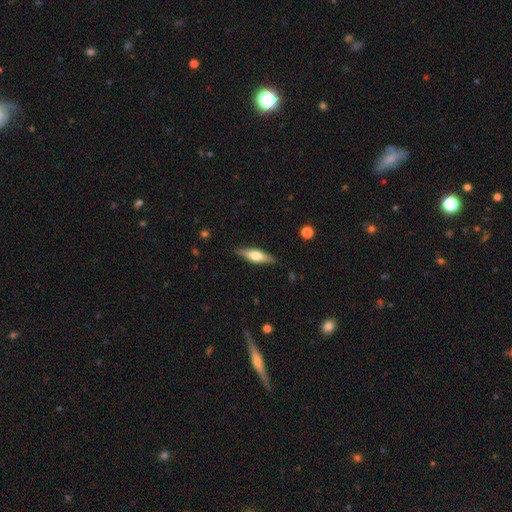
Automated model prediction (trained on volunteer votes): Overall: featured or disk (48%; smooth 46%). Merging: none (88%).